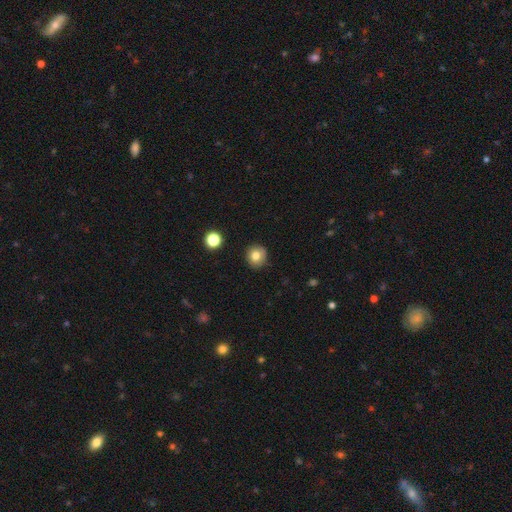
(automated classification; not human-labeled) A smooth galaxy with no disk features (79%) that is round (90%). Merging: none (88%).